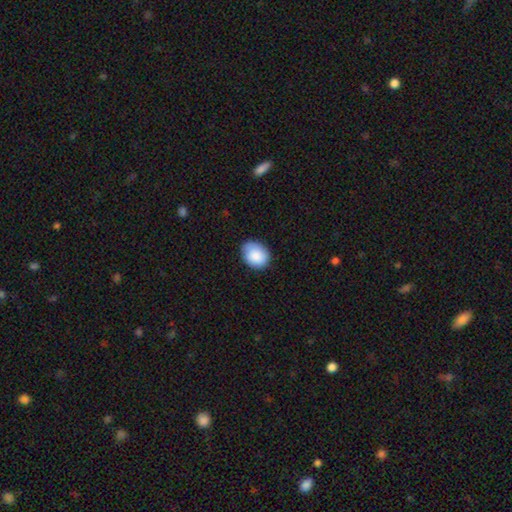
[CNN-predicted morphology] Q: Smooth or featured?
A: smooth (86%); runner-up: star or artifact (7%)
Q: How rounded?
A: in between (53%); runner-up: round (47%)
Q: Merging?
A: none (75%); runner-up: minor disturbance (20%)